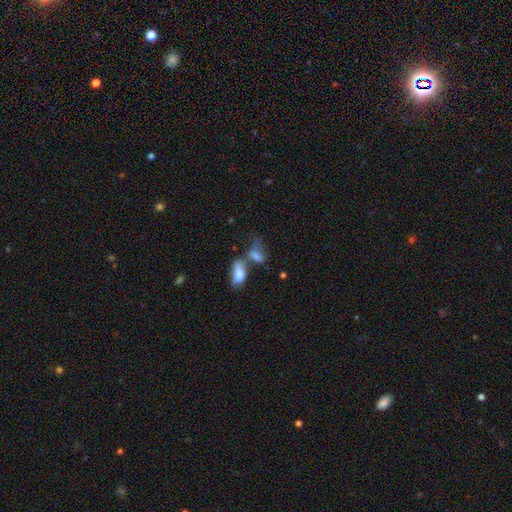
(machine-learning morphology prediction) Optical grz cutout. It shows a smooth galaxy with no disk features (70%) that is in between round and cigar-shaped (82%). Merging: merger (51%).